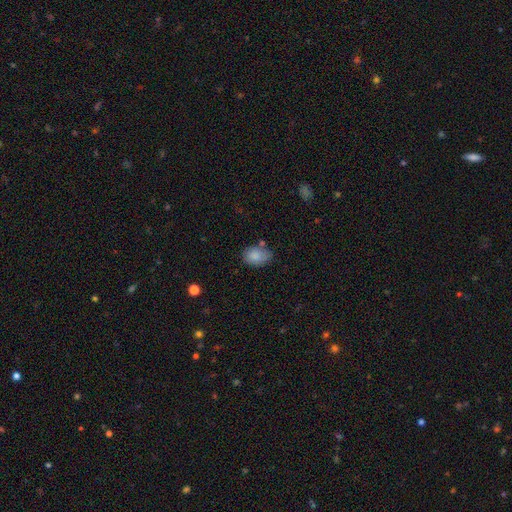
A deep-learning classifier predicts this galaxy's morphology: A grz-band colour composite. It shows a smooth galaxy with no disk features (84%) that is in between round and cigar-shaped (80%). Merging: none (64%).